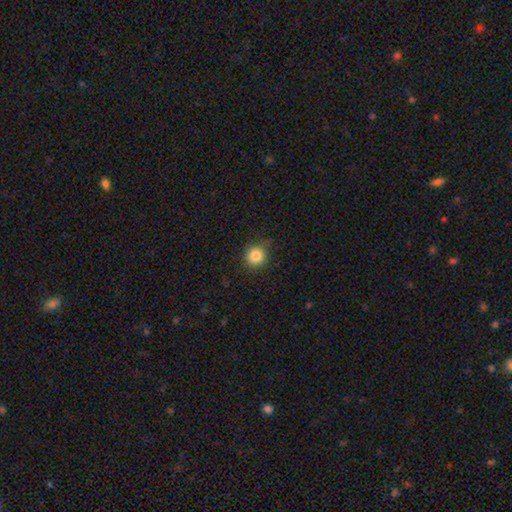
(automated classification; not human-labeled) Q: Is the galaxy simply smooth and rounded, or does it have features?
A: smooth — 84%.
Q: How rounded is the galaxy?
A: round — 92%.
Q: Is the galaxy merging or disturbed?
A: none — 79%.